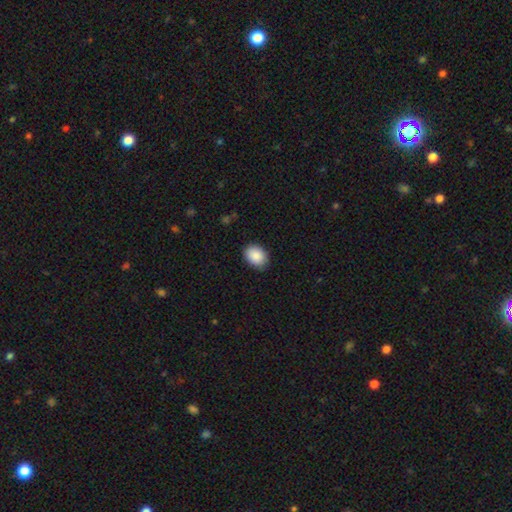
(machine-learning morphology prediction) Smooth or featured: smooth — 89% (star or artifact — 7%)
How rounded: in between — 71% (round — 29%)
Merging: none — 86% (minor disturbance — 11%)